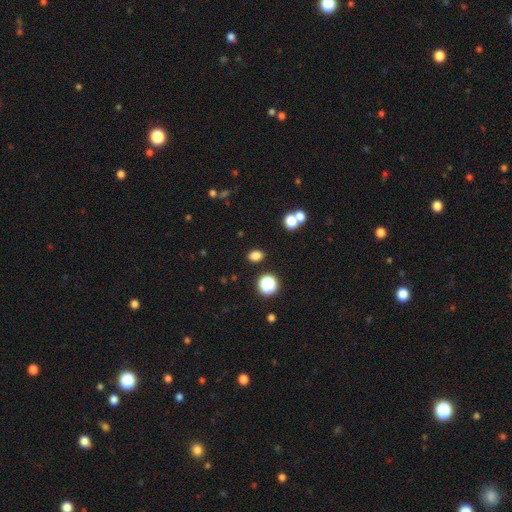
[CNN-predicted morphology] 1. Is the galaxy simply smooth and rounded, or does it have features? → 80% smooth, 16% star or artifact, 5% featured or disk.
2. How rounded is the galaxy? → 67% in between, 32% round, 1% cigar-shaped.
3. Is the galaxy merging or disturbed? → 85% none, 8% minor disturbance, 4% merger, 3% major disturbance.